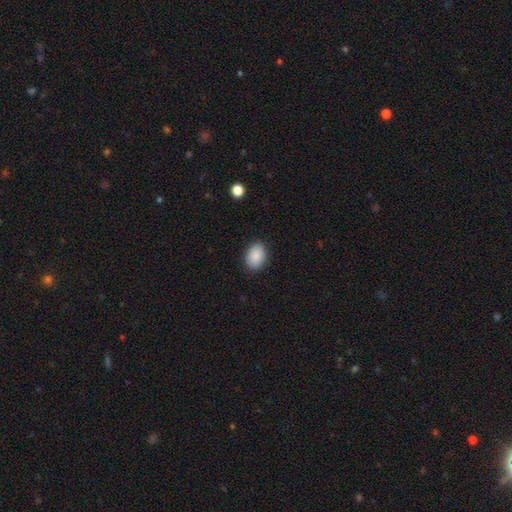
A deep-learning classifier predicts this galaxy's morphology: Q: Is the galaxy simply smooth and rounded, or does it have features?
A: smooth — 90%.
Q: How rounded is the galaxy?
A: in between — 84%.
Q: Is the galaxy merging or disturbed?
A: none — 88%.